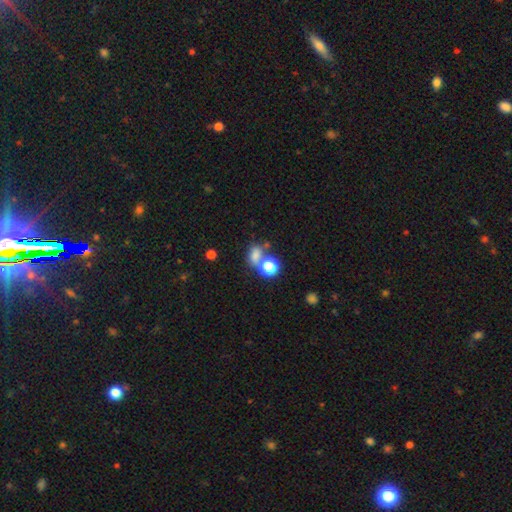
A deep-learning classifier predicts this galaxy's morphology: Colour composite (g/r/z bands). It shows a smooth galaxy with no disk features (72%) that is in between round and cigar-shaped (61%). Merging: none (46%).